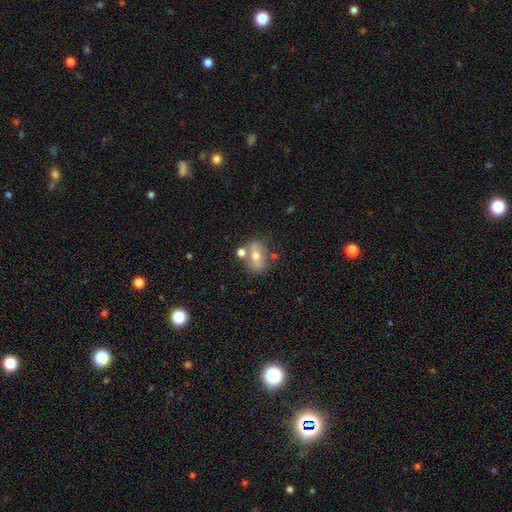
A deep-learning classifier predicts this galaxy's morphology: Overall: smooth (49%; featured or disk 41%). Merging: none (62%).